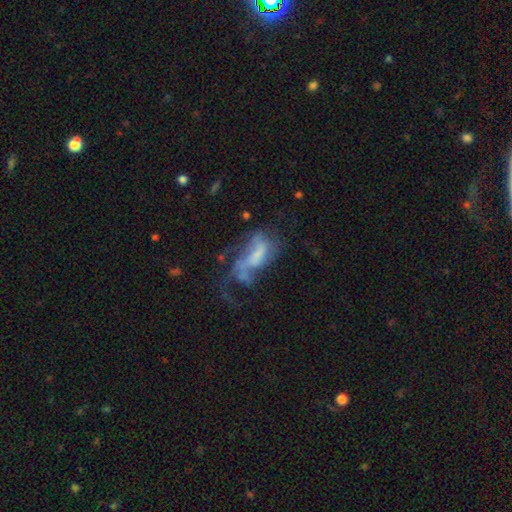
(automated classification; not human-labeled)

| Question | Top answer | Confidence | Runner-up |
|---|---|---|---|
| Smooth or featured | featured or disk | 59% | smooth (29%) |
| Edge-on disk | no | 93% | yes (7%) |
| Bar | no | 52% | weak (32%) |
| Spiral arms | no | 50% | tied: yes (50%) |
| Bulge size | none | 36% | small (27%) |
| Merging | major disturbance | 49% | none (24%) |